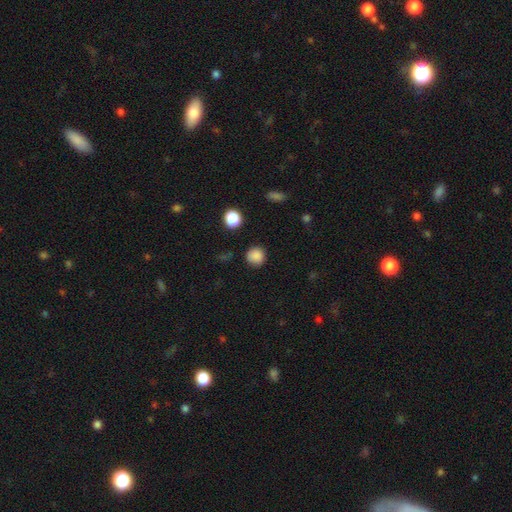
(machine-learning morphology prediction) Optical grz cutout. It shows a smooth galaxy with no disk features (85%) that is round (92%). Merging: none (86%).